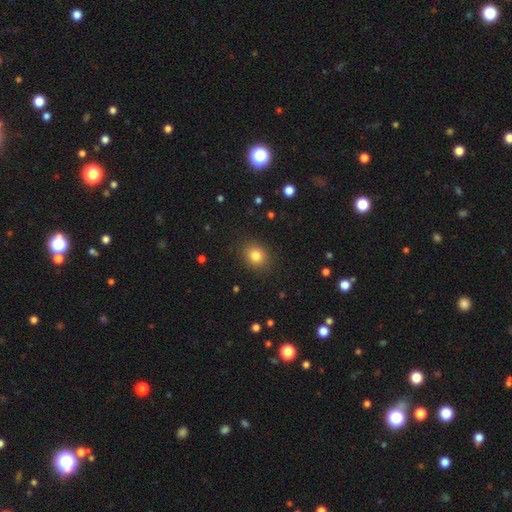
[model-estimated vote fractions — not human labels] Smooth or featured? Predicted: smooth (p=0.82). How rounded? Predicted: round (p=0.71). Merging? Predicted: none (p=0.88).